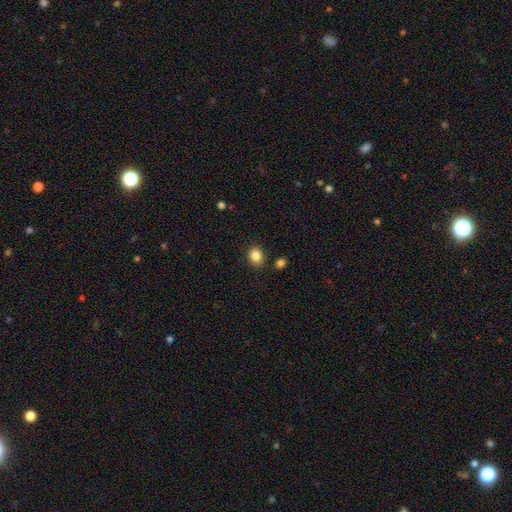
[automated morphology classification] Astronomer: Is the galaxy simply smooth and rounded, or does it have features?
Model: smooth — 86%.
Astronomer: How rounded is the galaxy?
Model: in between — 50% (runner-up: round, 49%).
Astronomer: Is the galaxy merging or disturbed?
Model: none — 85%.